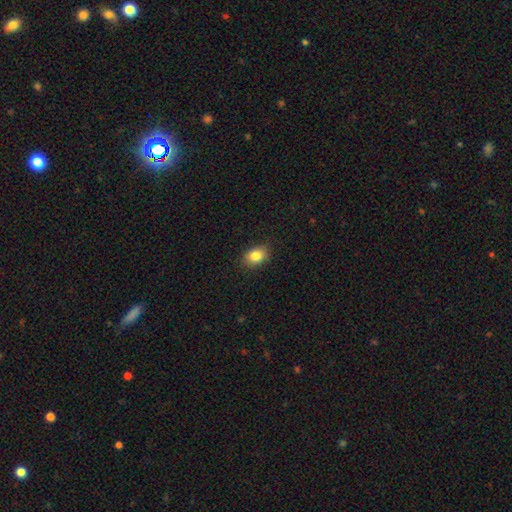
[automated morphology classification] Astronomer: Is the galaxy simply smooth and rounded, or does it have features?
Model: smooth — 84%.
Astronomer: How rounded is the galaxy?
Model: in between — 77%.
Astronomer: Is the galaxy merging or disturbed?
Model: none — 87%.